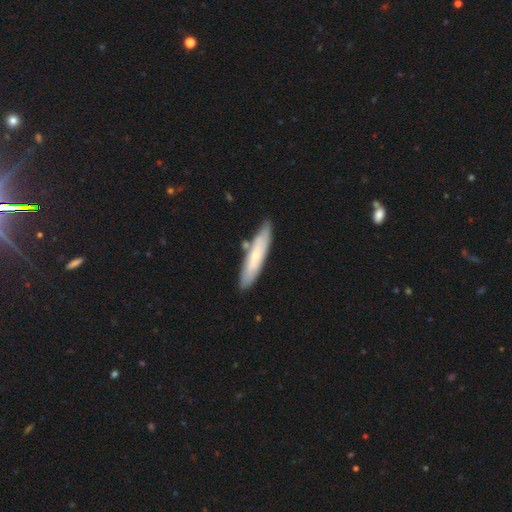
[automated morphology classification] A smooth galaxy with no disk features (55%) that is cigar-shaped (83%). Merging: none (80%).